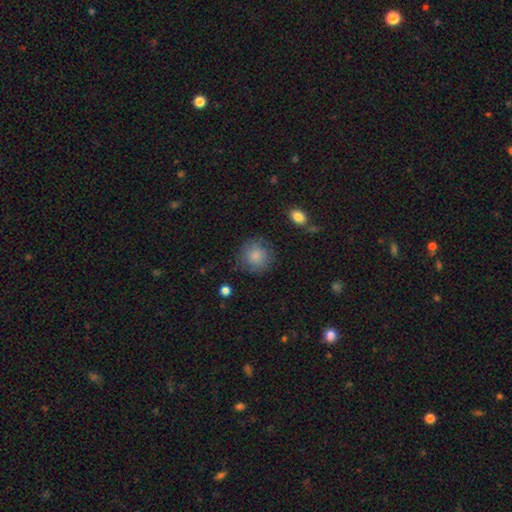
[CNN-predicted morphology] Overall: smooth (80%). How rounded: round (90%). Merging: none (76%).